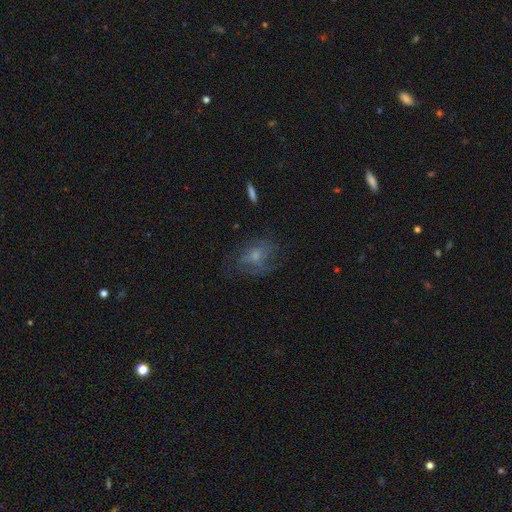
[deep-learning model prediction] Smooth or featured?
  - featured or disk: 48% *
  - smooth: 40%
  - star or artifact: 12%
Merging?
  - none: 53% *
  - minor disturbance: 23%
  - major disturbance: 23%
  - merger: 2%